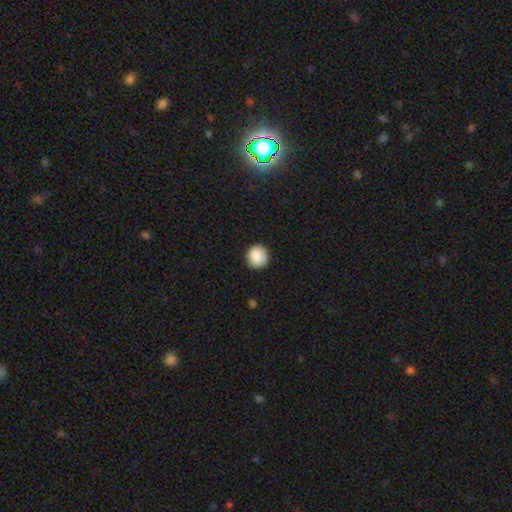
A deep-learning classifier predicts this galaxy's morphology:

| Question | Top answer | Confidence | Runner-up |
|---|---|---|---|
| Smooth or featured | smooth | 86% | star or artifact (8%) |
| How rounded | round | 93% | in between (7%) |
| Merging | none | 85% | minor disturbance (11%) |